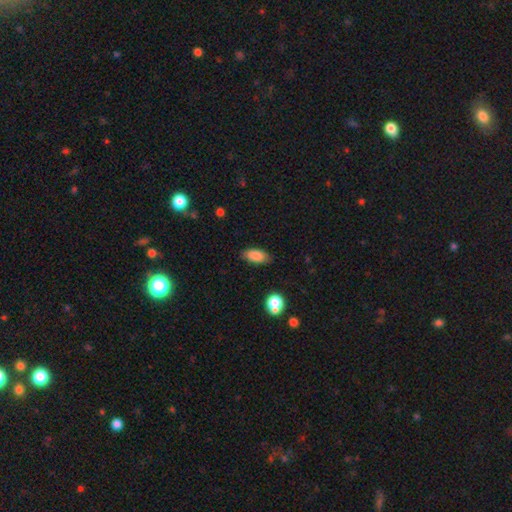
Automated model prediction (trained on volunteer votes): Smooth or featured?
  - smooth: 86% *
  - star or artifact: 8%
  - featured or disk: 6%
How rounded?
  - in between: 88% *
  - cigar-shaped: 9%
  - round: 3%
Merging?
  - none: 84% *
  - minor disturbance: 12%
  - major disturbance: 3%
  - merger: 2%